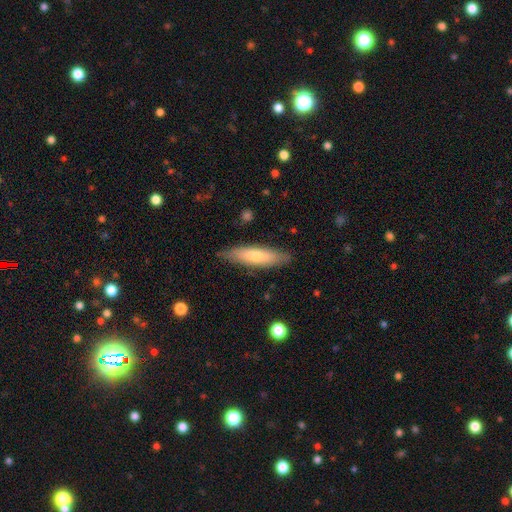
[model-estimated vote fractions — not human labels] smooth-or-featured: smooth: 64% | featured or disk: 30% | star or artifact: 6%
  how-rounded: cigar-shaped: 72% | in between: 26% | round: 2%
  merging: none: 84% | minor disturbance: 12% | major disturbance: 2% | merger: 1%